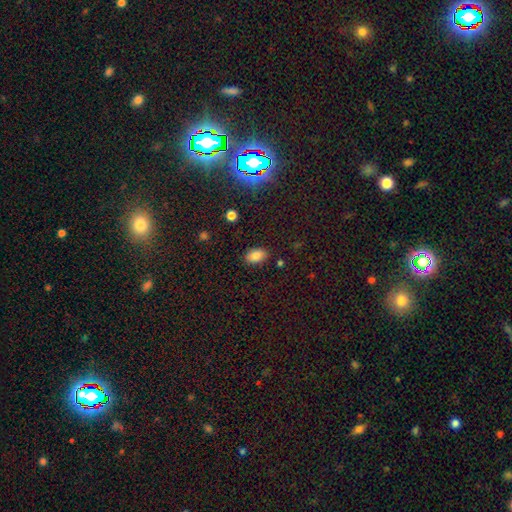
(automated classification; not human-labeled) smooth 84%, star or artifact 11%, featured or disk 5%. Down the decision tree: how rounded — in between (90%); merging — none (85%).